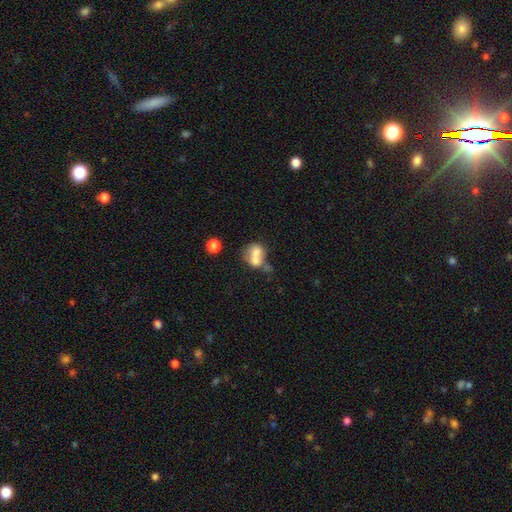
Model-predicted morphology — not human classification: Smooth or featured? smooth (63%)
How rounded? round (53%)
Merging? merger (65%)